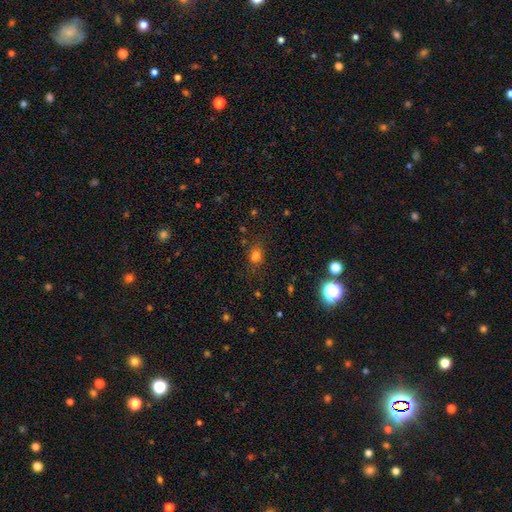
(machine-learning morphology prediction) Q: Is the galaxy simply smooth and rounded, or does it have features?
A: smooth — 74%.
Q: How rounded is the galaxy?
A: in between — 59%.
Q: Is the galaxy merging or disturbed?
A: none — 72%.